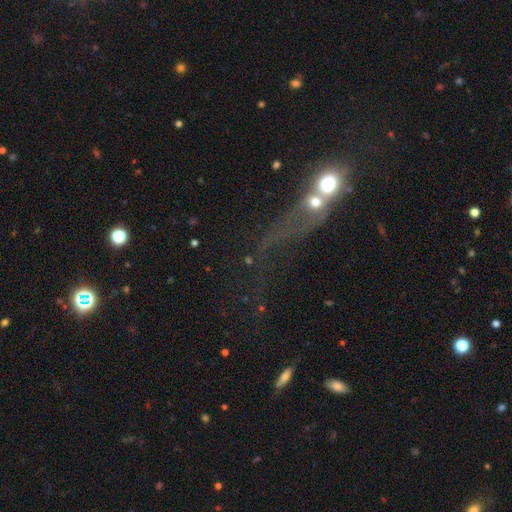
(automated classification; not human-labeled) Q: Smooth or featured?
A: star or artifact (45%); runner-up: smooth (33%)